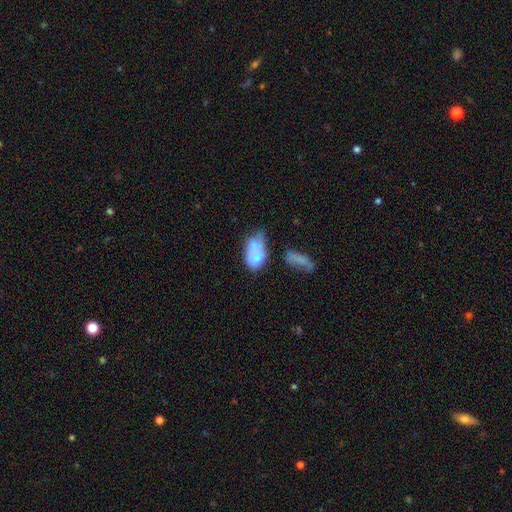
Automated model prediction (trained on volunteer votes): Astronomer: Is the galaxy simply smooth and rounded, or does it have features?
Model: smooth — 64%.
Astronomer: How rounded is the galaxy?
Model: in between — 83%.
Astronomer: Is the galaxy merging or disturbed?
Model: merger — 52%.